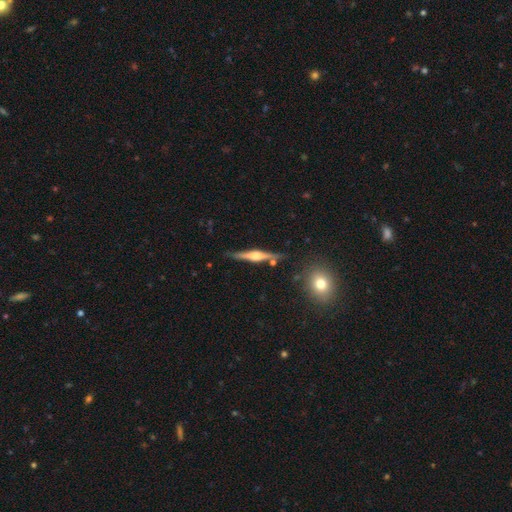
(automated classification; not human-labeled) Smooth or featured? featured or disk (77%)
Edge-on disk? yes (97%)
Edge-on bulge? rounded (88%)
Merging? none (84%)